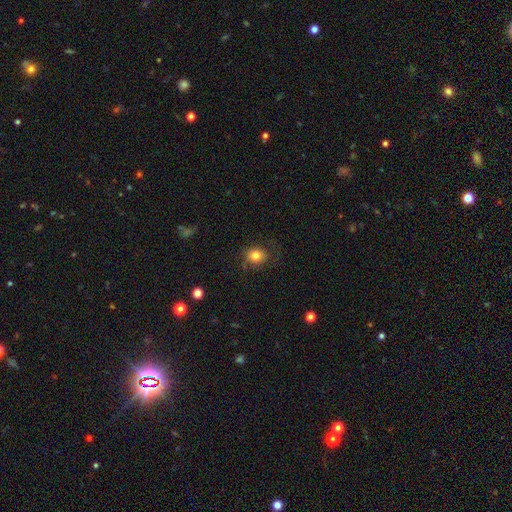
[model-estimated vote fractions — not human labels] Morphology: type=smooth (79%); roundness=round (73%); merging=none (72%).